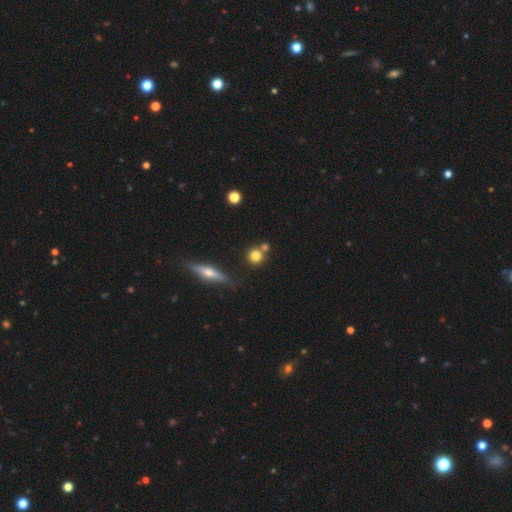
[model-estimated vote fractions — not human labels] smooth 76%, featured or disk 13%, star or artifact 11%. Down the decision tree: how rounded — round (87%); merging — none (63%).